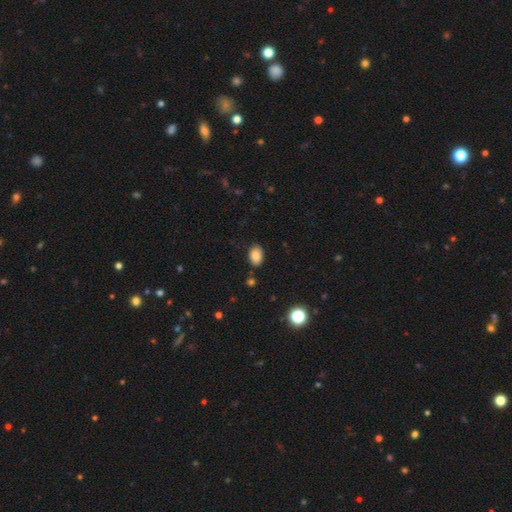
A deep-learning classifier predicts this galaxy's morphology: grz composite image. It shows a smooth galaxy with no disk features (86%) that is in between round and cigar-shaped (83%). Merging: none (83%).